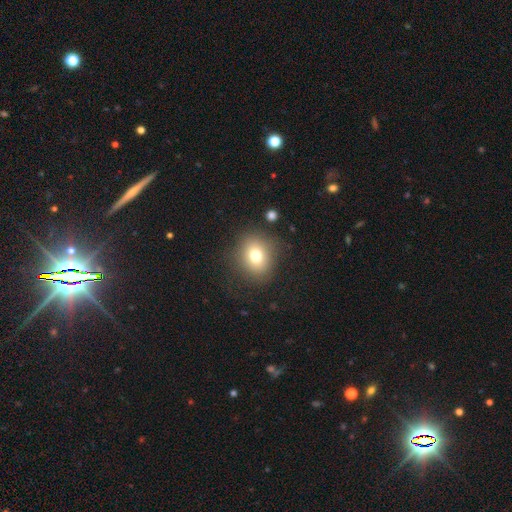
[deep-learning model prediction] smooth 74%, star or artifact 13%, featured or disk 13%. Down the decision tree: how rounded — round (73%); merging — none (81%).